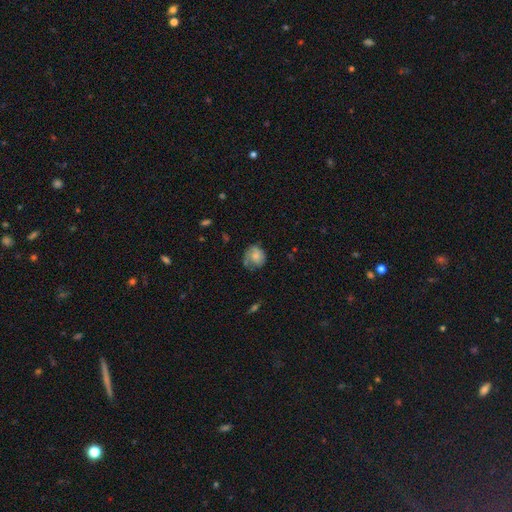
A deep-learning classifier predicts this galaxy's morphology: Q: Smooth or featured?
A: smooth (59%); runner-up: featured or disk (32%)
Q: How rounded?
A: round (73%); runner-up: in between (26%)
Q: Merging?
A: none (54%); runner-up: minor disturbance (29%)